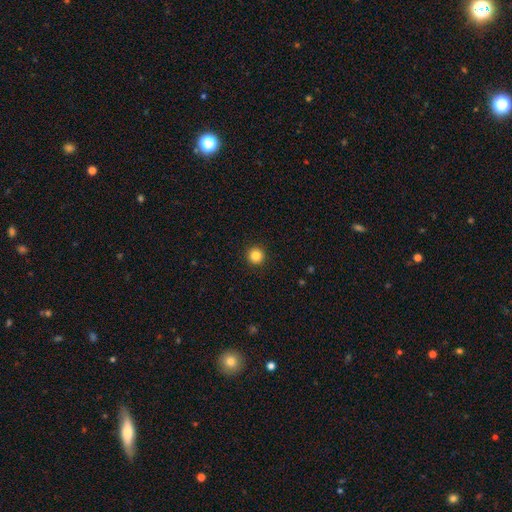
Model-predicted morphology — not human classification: smooth_or_featured: smooth (p=0.85) [alt: star or artifact p=0.11]
how_rounded: round (p=0.96) [alt: in between p=0.03]
merging: none (p=0.94) [alt: minor disturbance p=0.04]